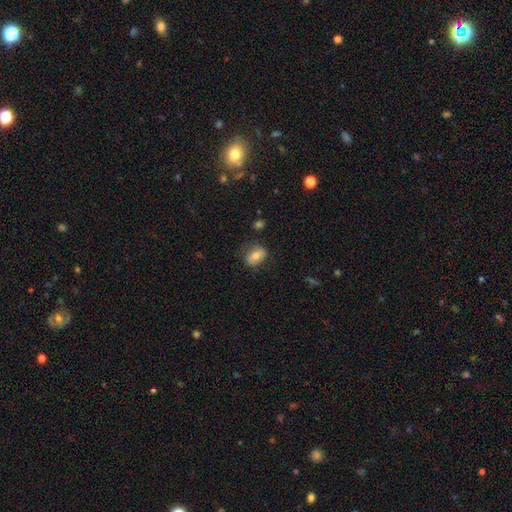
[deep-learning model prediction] Smooth or featured? smooth (71%)
How rounded? in between (69%)
Merging? none (74%)